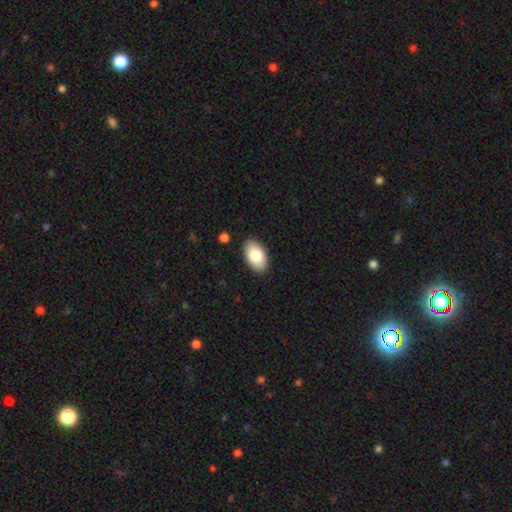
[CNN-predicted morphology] Q: Smooth or featured?
A: smooth (81%); runner-up: featured or disk (13%)
Q: How rounded?
A: in between (95%); runner-up: round (4%)
Q: Merging?
A: none (89%); runner-up: minor disturbance (8%)